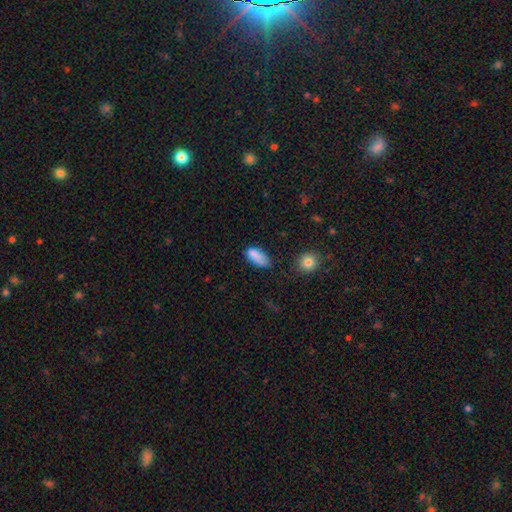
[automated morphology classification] type=smooth (82%); roundness=in between (87%); merging=none (49%).